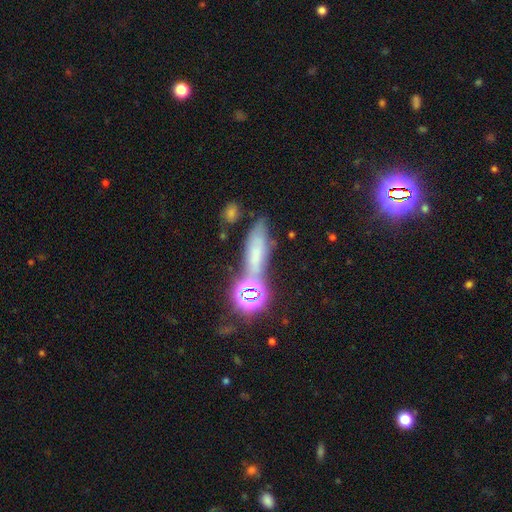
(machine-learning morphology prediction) A smooth galaxy with no disk features (43%). Merging: none (60%).